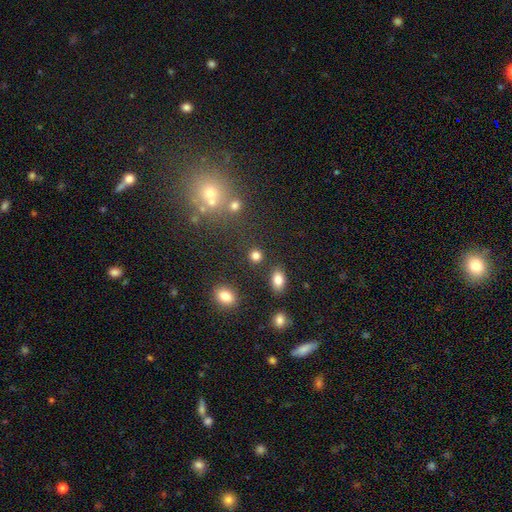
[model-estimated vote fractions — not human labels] The model was most divided on "how rounded": round: 76%, in between: 22%, cigar-shaped: 1%. More confident: smooth or featured — smooth (82%); merging — none (81%).